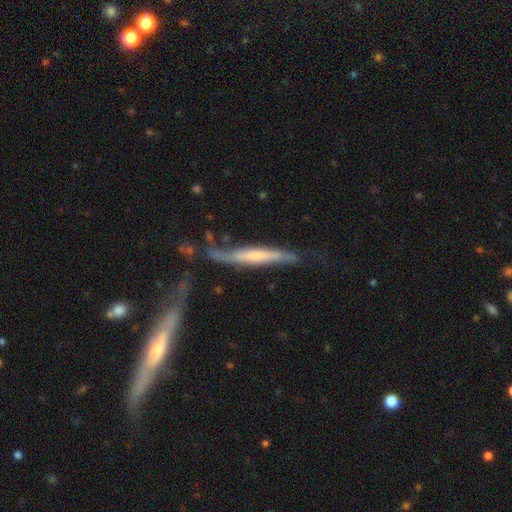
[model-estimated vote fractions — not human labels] A featured or disk galaxy (57%) viewed edge-on (82%).

Vote fractions:
- Smooth or featured? featured or disk: 57% / smooth: 38% / star or artifact: 6%
- Edge-on disk? yes: 82% / no: 18%
- Merging? none: 48% / minor disturbance: 26% / major disturbance: 15% / merger: 11%